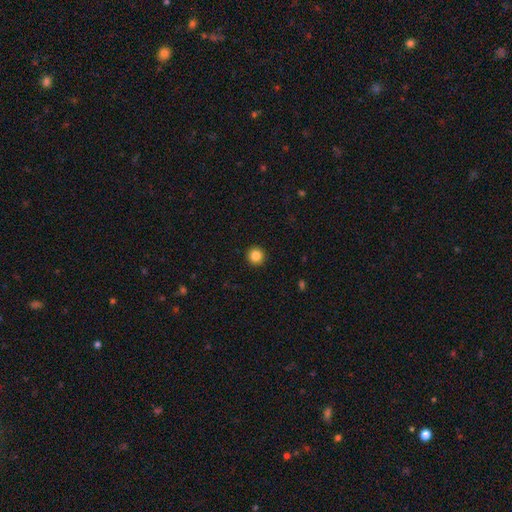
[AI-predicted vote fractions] A smooth galaxy with no disk features (85%) that is round (95%).

Vote fractions:
- Smooth or featured? smooth: 85% / star or artifact: 10% / featured or disk: 4%
- How rounded? round: 95% / in between: 4% / cigar-shaped: 1%
- Merging? none: 93% / minor disturbance: 4% / major disturbance: 2% / merger: 1%